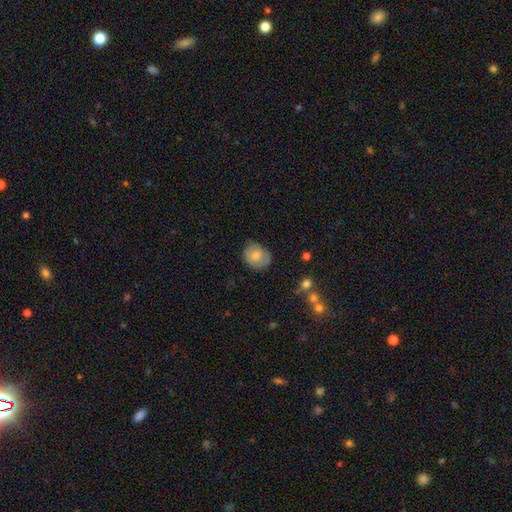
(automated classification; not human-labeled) This appears to be a smooth galaxy with no disk features (73%) that is round (60%). Merging: none (69%).